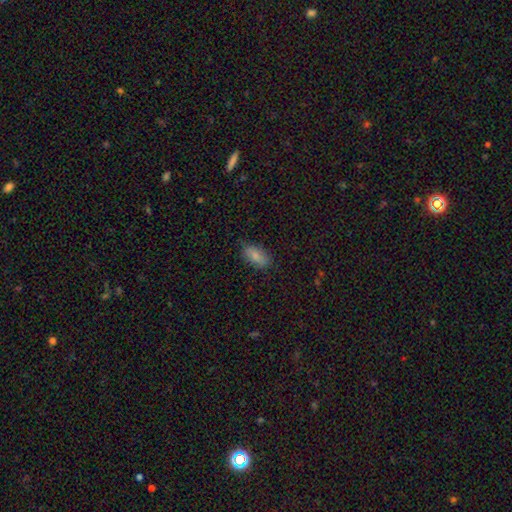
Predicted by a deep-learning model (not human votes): Smooth or featured: smooth — 83% (featured or disk — 10%)
How rounded: in between — 90% (cigar-shaped — 6%)
Merging: none — 79% (minor disturbance — 16%)